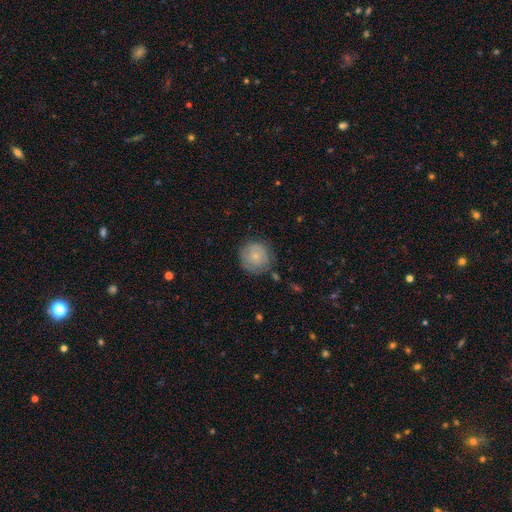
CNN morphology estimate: Overall: smooth (59%; featured or disk 33%). How rounded: round (94%). Merging: none (75%).